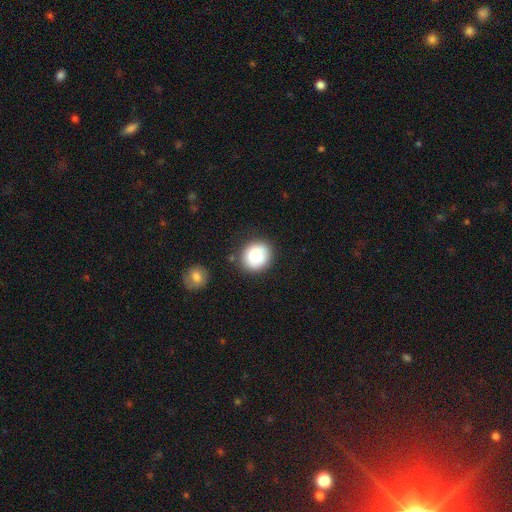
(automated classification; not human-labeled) Smooth or featured?
  - smooth: 84% *
  - featured or disk: 8%
  - star or artifact: 8%
How rounded?
  - round: 81% *
  - in between: 18%
  - cigar-shaped: 1%
Merging?
  - none: 81% *
  - minor disturbance: 12%
  - merger: 4%
  - major disturbance: 3%